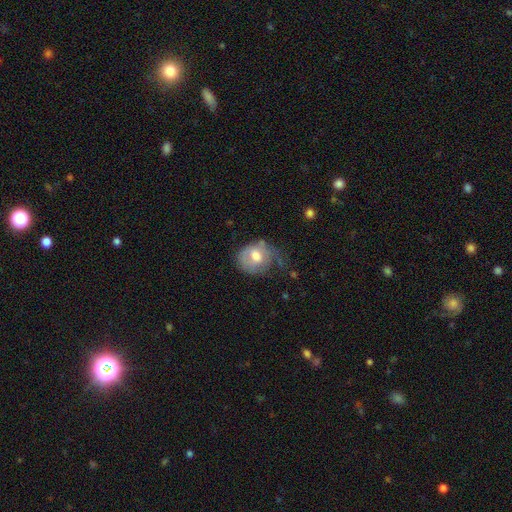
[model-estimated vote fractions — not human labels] smooth 55%, featured or disk 38%, star or artifact 7%. Down the decision tree: how rounded — round (64%); merging — none (37%).